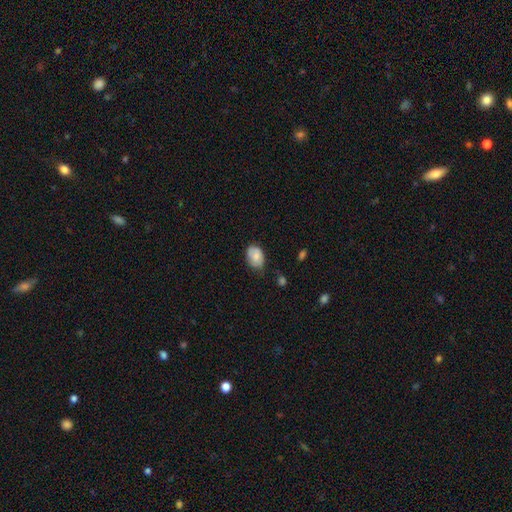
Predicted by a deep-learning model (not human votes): This appears to be a smooth galaxy with no disk features (79%) that is in between round and cigar-shaped (78%). Merging: none (57%).